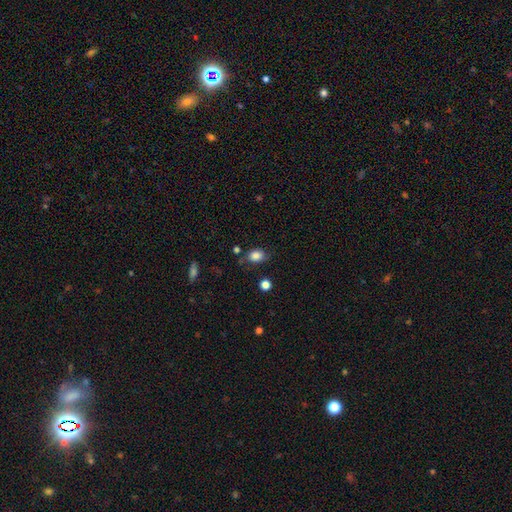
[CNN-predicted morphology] smooth-or-featured: smooth: 83% | star or artifact: 10% | featured or disk: 8%
  how-rounded: in between: 69% | round: 29% | cigar-shaped: 1%
  merging: none: 67% | minor disturbance: 22% | major disturbance: 6% | merger: 4%